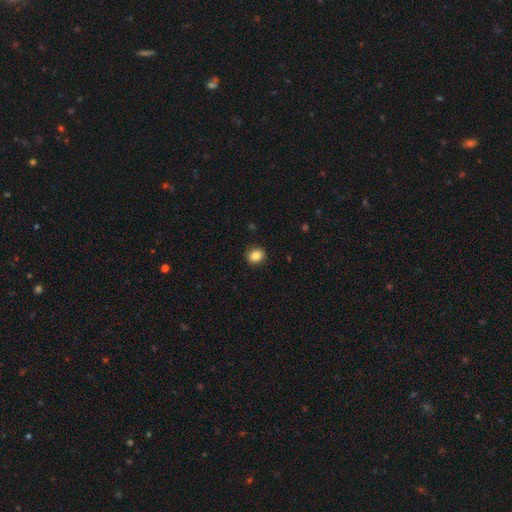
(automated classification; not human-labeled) Overall: smooth (85%). How rounded: round (62%; in between 37%). Merging: none (90%).